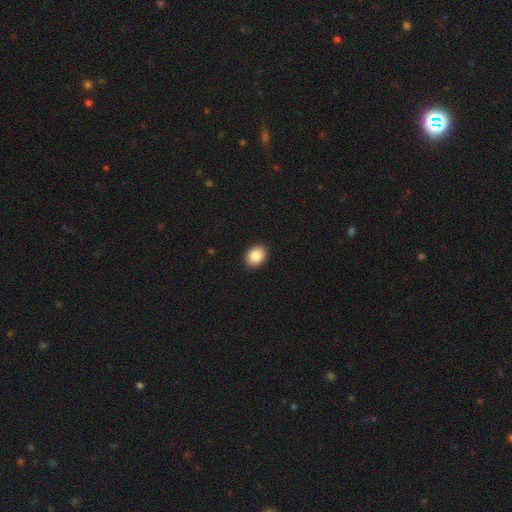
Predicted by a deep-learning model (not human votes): This is clearly a smooth galaxy (88%). How rounded: likely in between (65%). Merging: clearly none (92%).